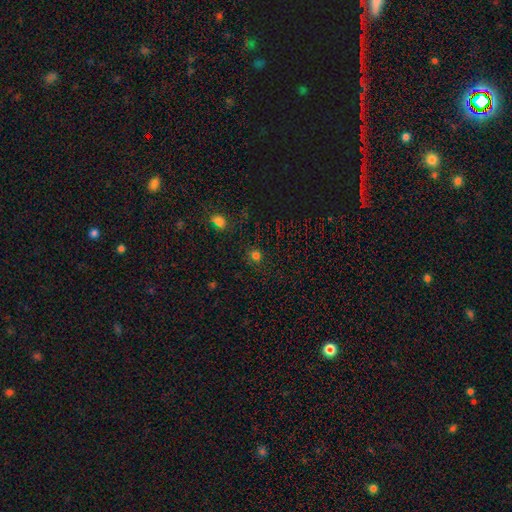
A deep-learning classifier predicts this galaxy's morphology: smooth 74%, star or artifact 21%, featured or disk 4%. Down the decision tree: how rounded — round (88%); merging — none (86%).